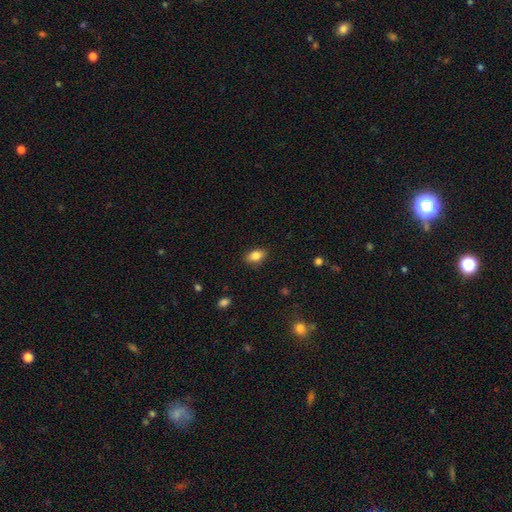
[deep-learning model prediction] This is clearly a smooth galaxy (83%). How rounded: clearly in between (86%). Merging: clearly none (85%).